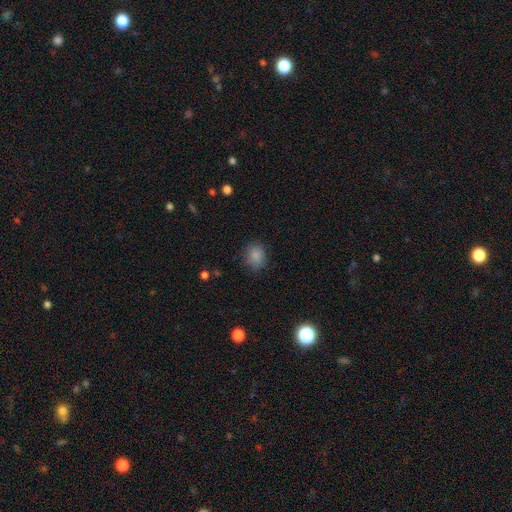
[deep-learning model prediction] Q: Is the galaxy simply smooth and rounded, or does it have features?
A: smooth — 85%.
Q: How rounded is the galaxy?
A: round — 63%.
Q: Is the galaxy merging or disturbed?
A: none — 83%.